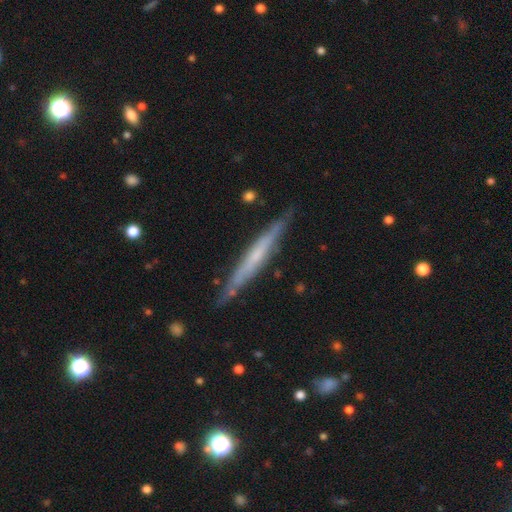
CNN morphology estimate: featured or disk 60%, smooth 34%, star or artifact 6%. Down the decision tree: edge-on disk — yes (93%); edge-on bulge — none (64%); merging — none (82%).